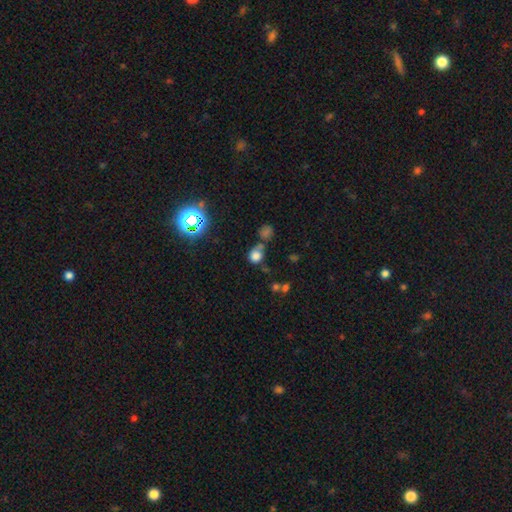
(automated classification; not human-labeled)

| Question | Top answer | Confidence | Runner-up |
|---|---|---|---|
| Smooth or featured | smooth | 71% | star or artifact (20%) |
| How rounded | round | 75% | in between (23%) |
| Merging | none | 49% | merger (27%) |